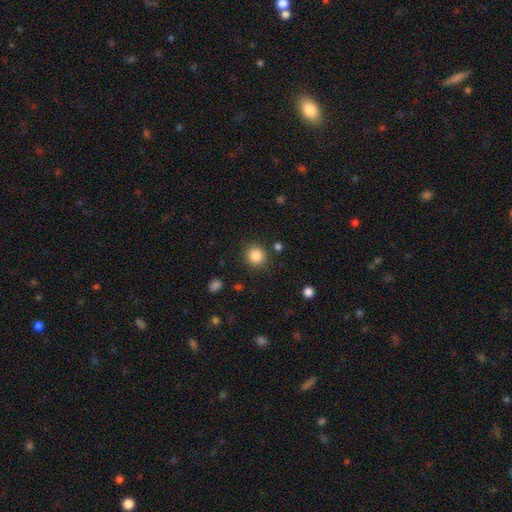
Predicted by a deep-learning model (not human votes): smooth_or_featured: smooth (p=0.85) [alt: star or artifact p=0.10]
how_rounded: round (p=0.90) [alt: in between p=0.09]
merging: none (p=0.87) [alt: minor disturbance p=0.07]